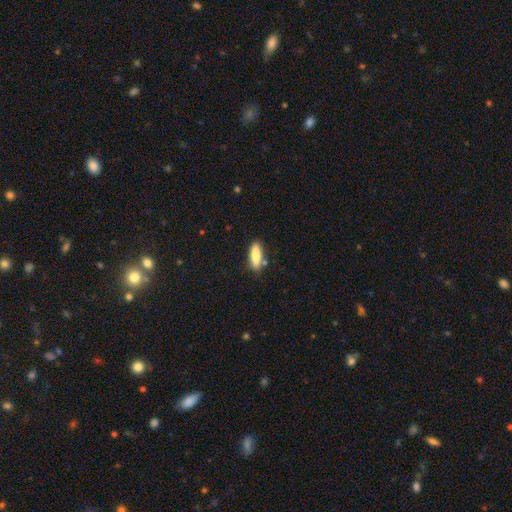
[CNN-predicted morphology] smooth-or-featured: smooth: 82% | featured or disk: 12% | star or artifact: 6%
  how-rounded: in between: 59% | cigar-shaped: 39% | round: 2%
  merging: none: 79% | minor disturbance: 14% | merger: 5% | major disturbance: 3%